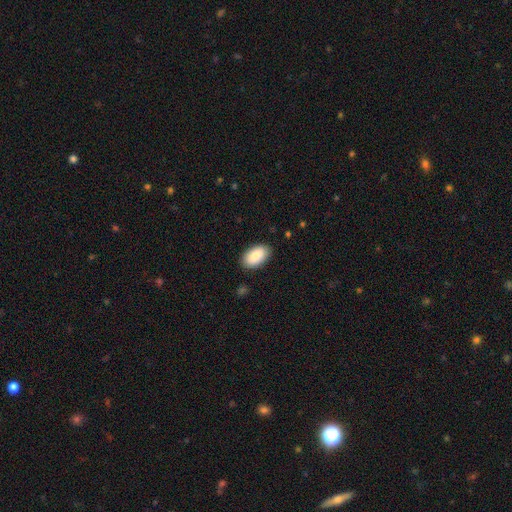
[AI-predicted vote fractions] This is clearly a smooth galaxy (87%). How rounded: clearly in between (95%). Merging: clearly none (87%).